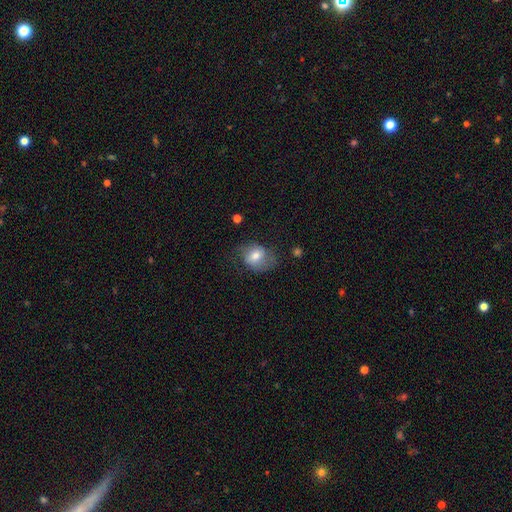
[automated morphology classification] The model was most divided on "how rounded": in between: 56%, round: 43%, cigar-shaped: 1%. More confident: smooth or featured — smooth (60%); merging — none (54%).